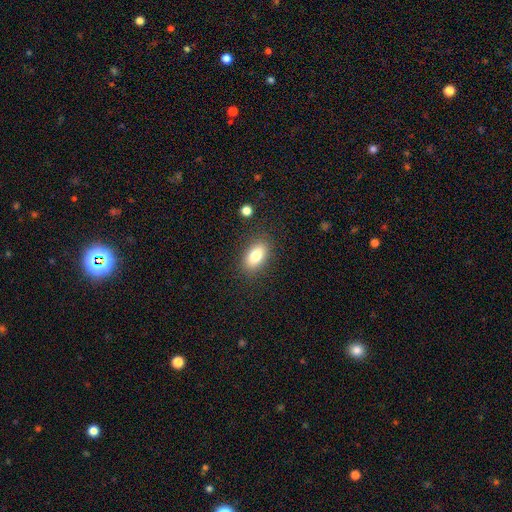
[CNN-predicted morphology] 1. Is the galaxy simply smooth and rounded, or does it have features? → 81% smooth, 11% featured or disk, 8% star or artifact.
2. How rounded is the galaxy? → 89% in between, 7% round, 4% cigar-shaped.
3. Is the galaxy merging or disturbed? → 85% none, 10% minor disturbance, 3% major disturbance, 2% merger.